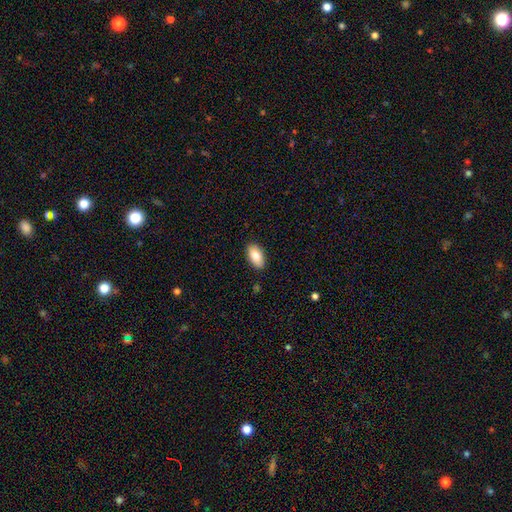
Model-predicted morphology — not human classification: This is clearly a smooth galaxy (82%). How rounded: clearly in between (93%). Merging: clearly none (88%).